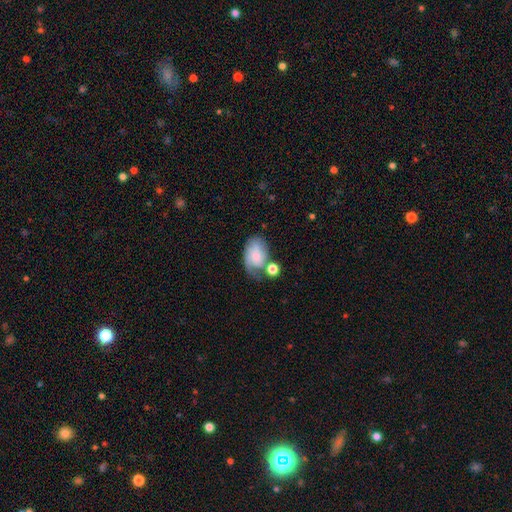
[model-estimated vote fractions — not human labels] This appears to be a smooth galaxy with no disk features (52%) that is in between round and cigar-shaped (84%). Merging: none (34%).